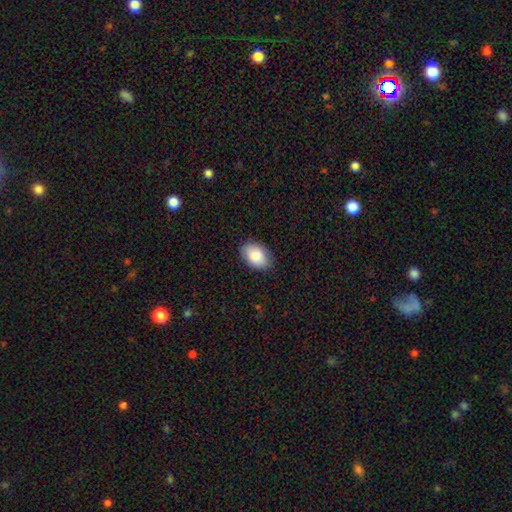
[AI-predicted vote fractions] This is clearly a smooth galaxy (87%). How rounded: clearly in between (87%). Merging: clearly none (84%).